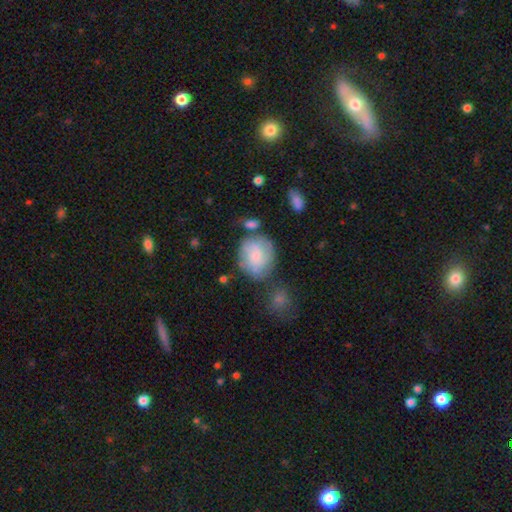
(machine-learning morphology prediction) smooth-or-featured: smooth: 64% | featured or disk: 28% | star or artifact: 7%
  how-rounded: round: 74% | in between: 25% | cigar-shaped: 1%
  merging: none: 57% | minor disturbance: 22% | merger: 12% | major disturbance: 9%